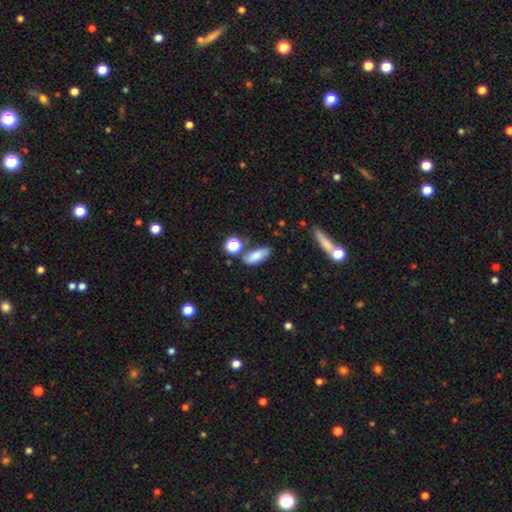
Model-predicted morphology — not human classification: Smooth or featured?
  - smooth: 80% *
  - featured or disk: 10%
  - star or artifact: 9%
How rounded?
  - in between: 74% *
  - cigar-shaped: 21%
  - round: 5%
Merging?
  - none: 67% *
  - minor disturbance: 18%
  - merger: 10%
  - major disturbance: 5%